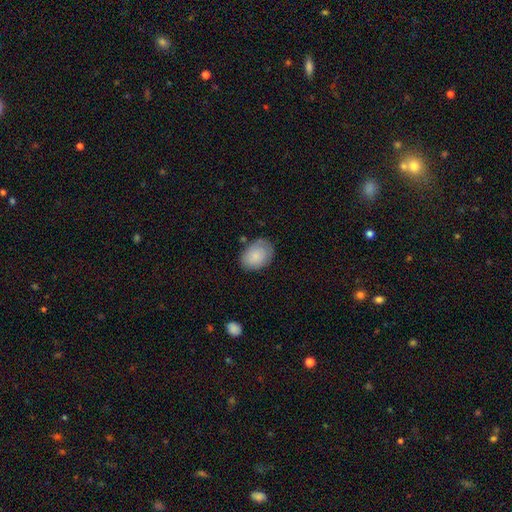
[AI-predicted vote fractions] Smooth or featured: smooth — 84% (featured or disk — 10%)
How rounded: in between — 76% (round — 23%)
Merging: none — 72% (minor disturbance — 20%)